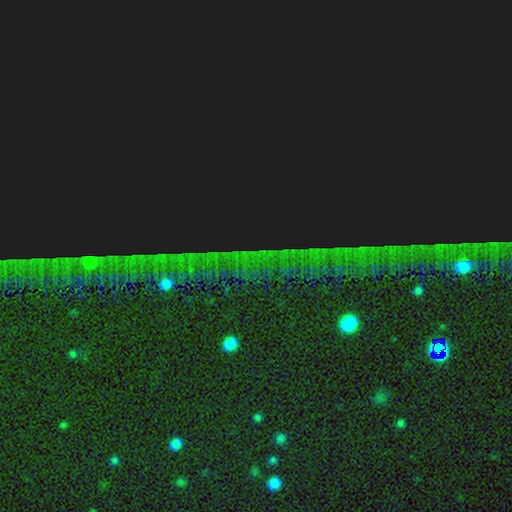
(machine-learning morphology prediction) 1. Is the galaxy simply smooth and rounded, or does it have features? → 83% star or artifact, 9% smooth, 8% featured or disk.